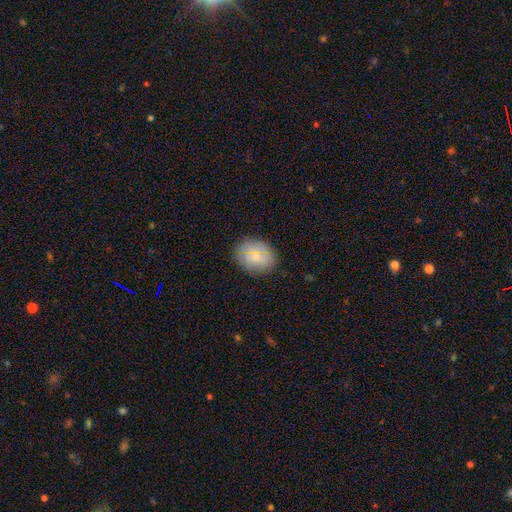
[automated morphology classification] Smooth or featured: smooth — 77% (featured or disk — 14%)
How rounded: in between — 54% (round — 45%)
Merging: none — 82% (minor disturbance — 13%)